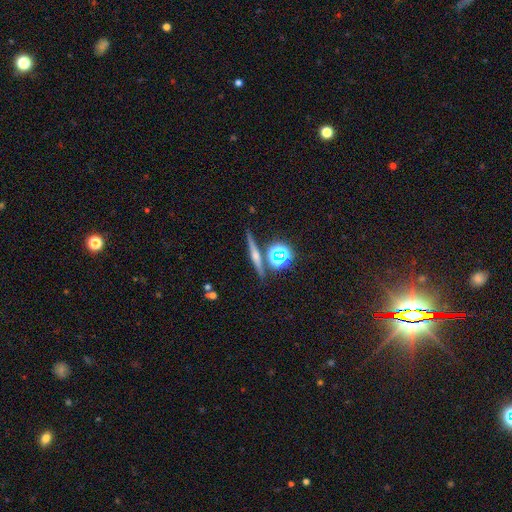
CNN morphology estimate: A featured or disk galaxy (58%) viewed edge-on (94%) with a rounded central bulge (77%). Merging: none (84%).